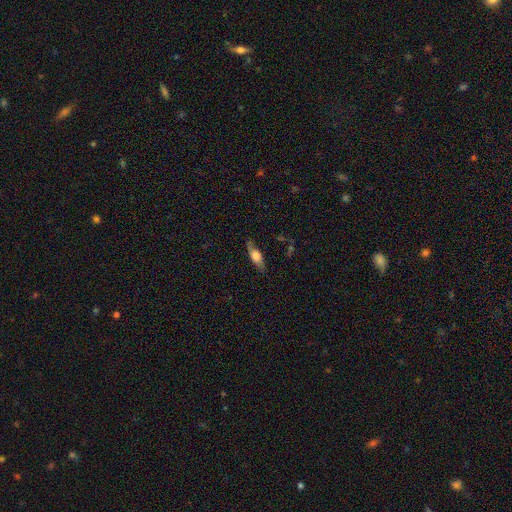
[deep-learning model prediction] A smooth galaxy with no disk features (50%) that is in between round and cigar-shaped (52%).

Vote fractions:
- Smooth or featured? smooth: 50% / featured or disk: 43% / star or artifact: 7%
- How rounded? in between: 52% / cigar-shaped: 44% / round: 4%
- Merging? none: 79% / minor disturbance: 16% / major disturbance: 4% / merger: 1%